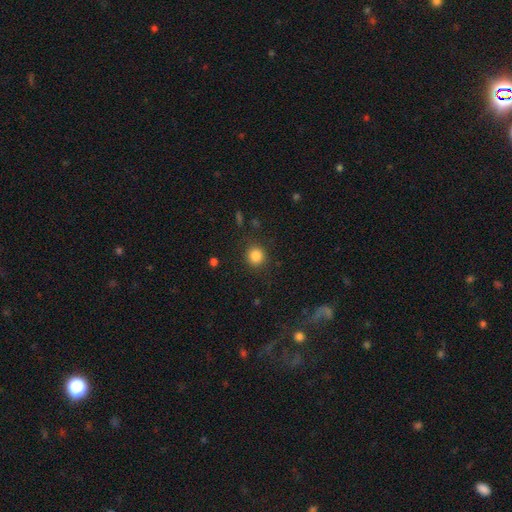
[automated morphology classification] Smooth or featured: smooth — 85% (star or artifact — 11%)
How rounded: round — 90% (in between — 9%)
Merging: none — 87% (minor disturbance — 8%)